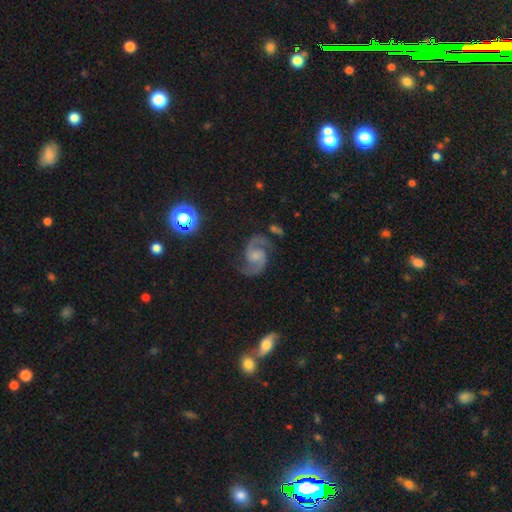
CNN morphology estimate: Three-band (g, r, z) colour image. It shows a featured or disk galaxy (91%) with no bar (57%), 2 (94%) medium (62%) spiral arms (98%) and a small central bulge (35%). Merging: none (79%).